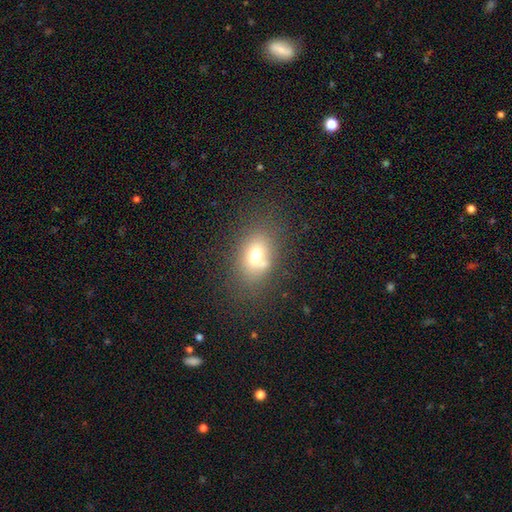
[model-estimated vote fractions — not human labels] This appears to be a smooth galaxy with no disk features (67%) that is in between round and cigar-shaped (67%). Merging: none (62%).